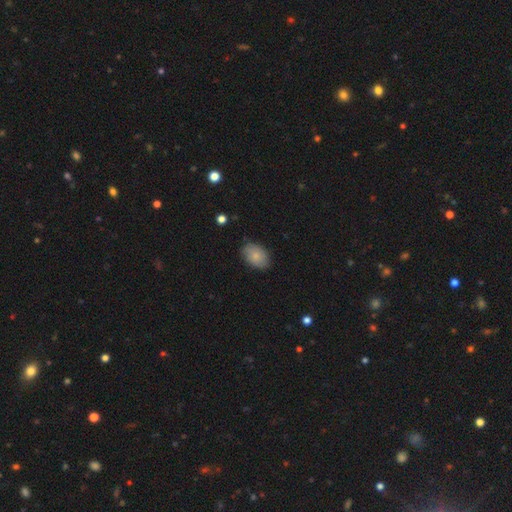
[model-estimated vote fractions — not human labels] smooth_or_featured: smooth (p=0.80) [alt: featured or disk p=0.13]
how_rounded: in between (p=0.84) [alt: round p=0.14]
merging: none (p=0.80) [alt: minor disturbance p=0.16]